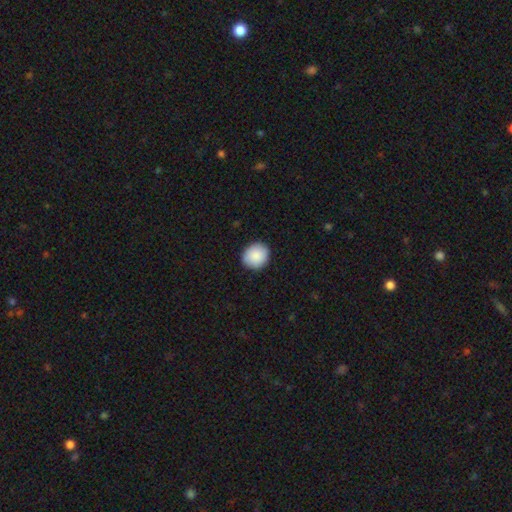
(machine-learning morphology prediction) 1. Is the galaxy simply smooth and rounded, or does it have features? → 89% smooth, 7% star or artifact, 4% featured or disk.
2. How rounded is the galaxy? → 80% round, 19% in between, 1% cigar-shaped.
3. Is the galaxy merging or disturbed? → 90% none, 8% minor disturbance, 2% major disturbance, 1% merger.